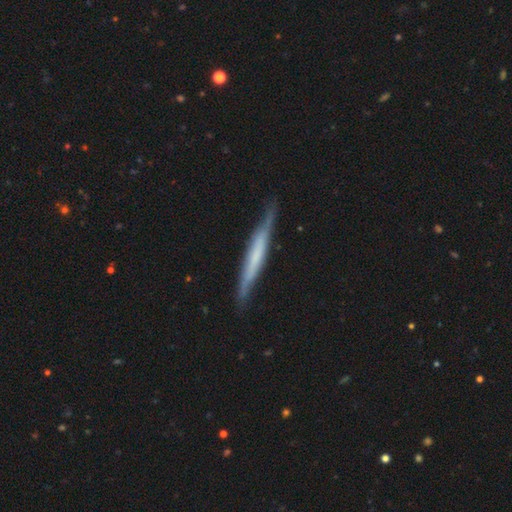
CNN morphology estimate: type=featured or disk (57%); edge-on=yes (91%); edge-on bulge=none (62%); merging=none (78%).